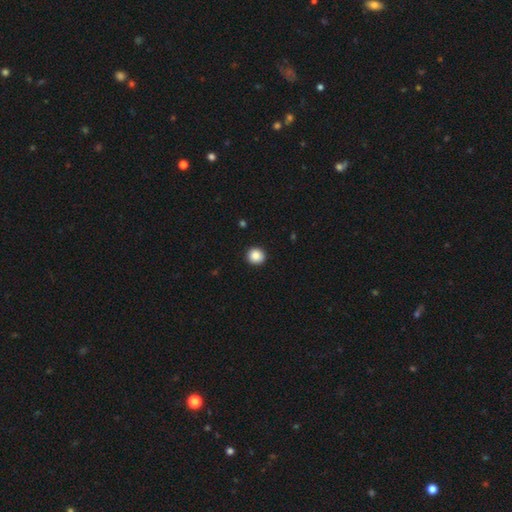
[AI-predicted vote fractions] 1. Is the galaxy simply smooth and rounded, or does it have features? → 88% smooth, 9% star or artifact, 4% featured or disk.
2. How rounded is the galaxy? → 92% round, 7% in between, 1% cigar-shaped.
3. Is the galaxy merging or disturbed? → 92% none, 5% minor disturbance, 2% major disturbance, 1% merger.